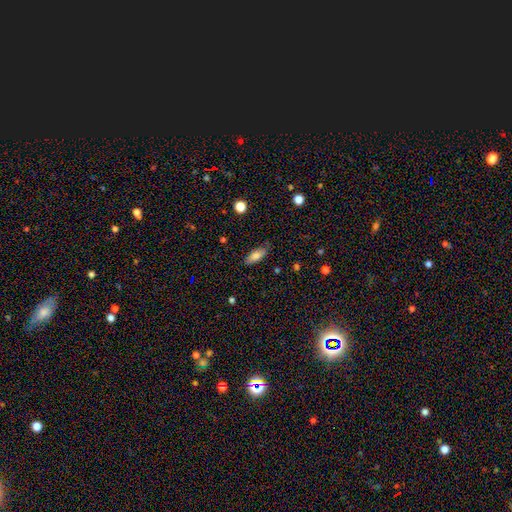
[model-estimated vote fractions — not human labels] A smooth galaxy with no disk features (78%) that is in between round and cigar-shaped (80%).

Vote fractions:
- Smooth or featured? smooth: 78% / featured or disk: 14% / star or artifact: 7%
- How rounded? in between: 80% / cigar-shaped: 18% / round: 2%
- Merging? none: 81% / minor disturbance: 15% / major disturbance: 3% / merger: 1%